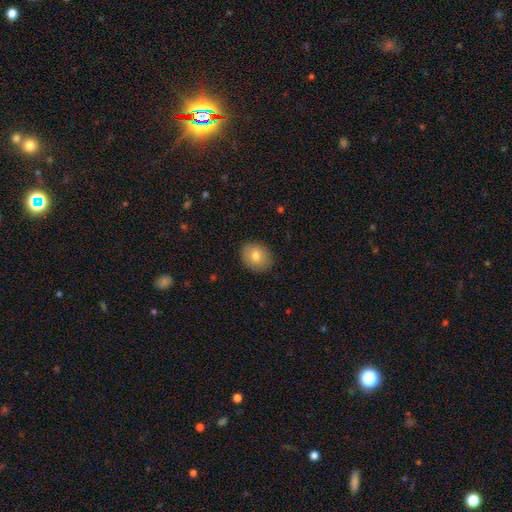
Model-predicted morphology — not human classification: This appears to be a smooth galaxy with no disk features (77%) that is round (58%). Merging: none (86%).